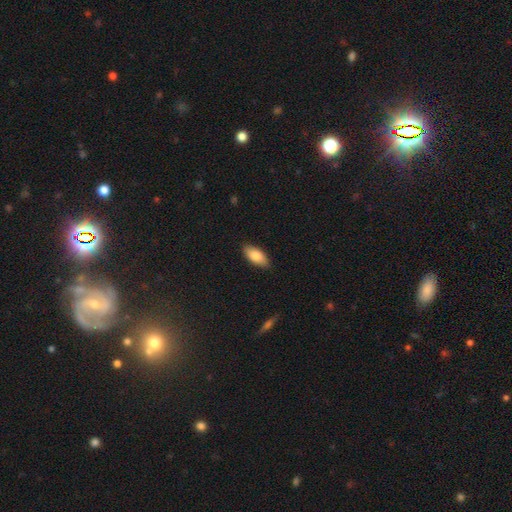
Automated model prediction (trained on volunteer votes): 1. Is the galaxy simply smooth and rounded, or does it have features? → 83% smooth, 11% featured or disk, 6% star or artifact.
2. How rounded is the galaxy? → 87% in between, 11% cigar-shaped, 2% round.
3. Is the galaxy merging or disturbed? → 85% none, 12% minor disturbance, 2% major disturbance, 1% merger.